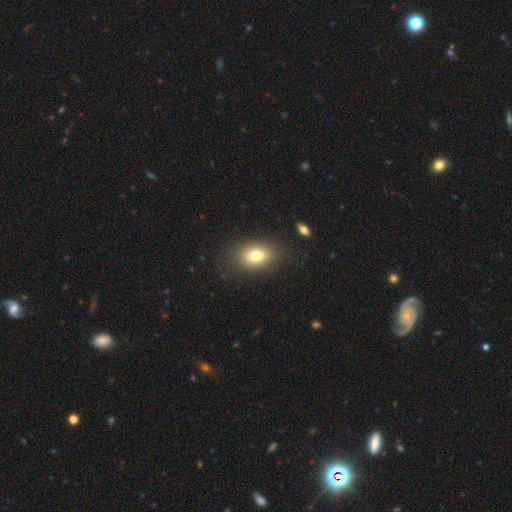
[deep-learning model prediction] smooth_or_featured: smooth (p=0.77) [alt: featured or disk p=0.13]
how_rounded: in between (p=0.80) [alt: round p=0.18]
merging: none (p=0.83) [alt: minor disturbance p=0.11]